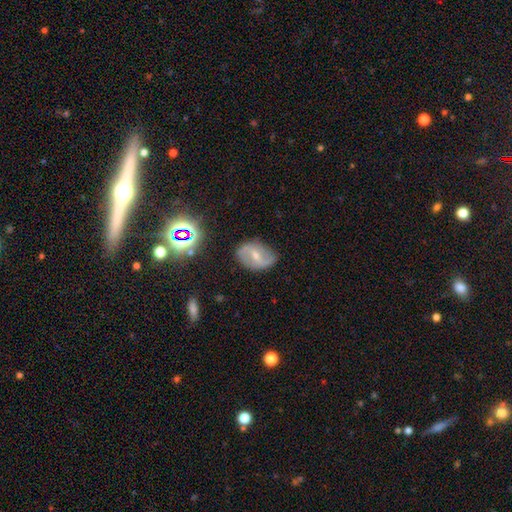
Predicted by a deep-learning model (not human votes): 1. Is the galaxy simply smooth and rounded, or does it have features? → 66% featured or disk, 24% smooth, 11% star or artifact.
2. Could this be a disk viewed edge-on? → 96% no, 4% yes.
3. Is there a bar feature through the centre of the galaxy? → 48% weak, 31% strong, 21% no.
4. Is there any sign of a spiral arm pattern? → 81% yes, 19% no.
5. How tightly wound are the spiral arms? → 52% loose, 35% medium, 14% tight.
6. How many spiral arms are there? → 86% 2, 8% can't tell, 3% 1, 1% 3, 1% 4, 1% more than 4.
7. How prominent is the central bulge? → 49% small, 43% moderate, 4% none, 2% large, 1% dominant.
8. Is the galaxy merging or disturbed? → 77% none, 17% minor disturbance, 5% major disturbance, 2% merger.